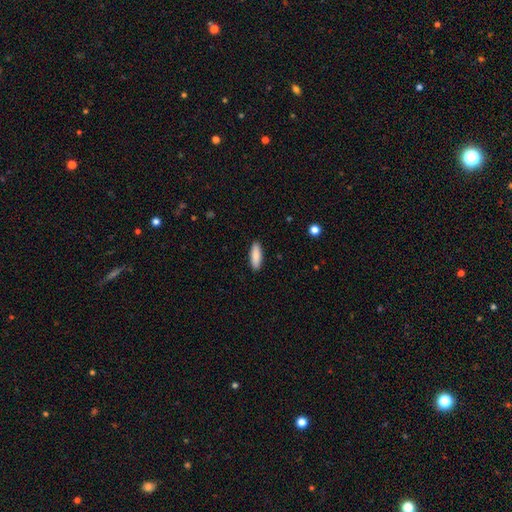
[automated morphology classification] Smooth or featured: smooth — 89% (star or artifact — 6%)
How rounded: in between — 52% (cigar-shaped — 47%)
Merging: none — 90% (minor disturbance — 7%)